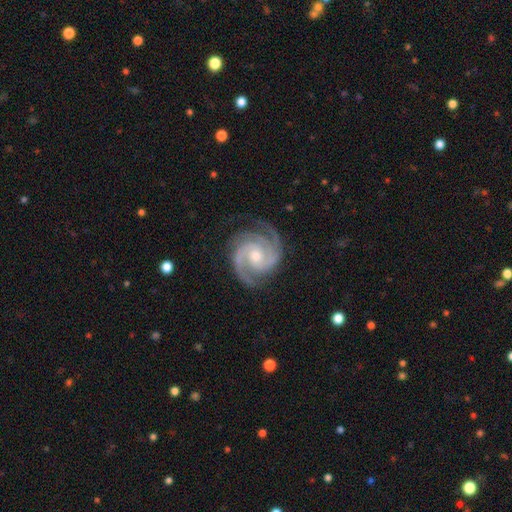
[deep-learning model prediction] smooth_or_featured: featured or disk (p=0.94) [alt: star or artifact p=0.03]
disk_edge_on: no (p=0.98) [alt: yes p=0.02]
bar: no (p=0.60) [alt: weak p=0.31]
has_spiral_arms: yes (p=0.99) [alt: no p=0.01]
spiral_winding: tight (p=0.58) [alt: medium p=0.38]
spiral_arm_count: 2 (p=0.56) [alt: 3 p=0.32]
bulge_size: moderate (p=0.59) [alt: small p=0.36]
merging: none (p=0.81) [alt: minor disturbance p=0.14]